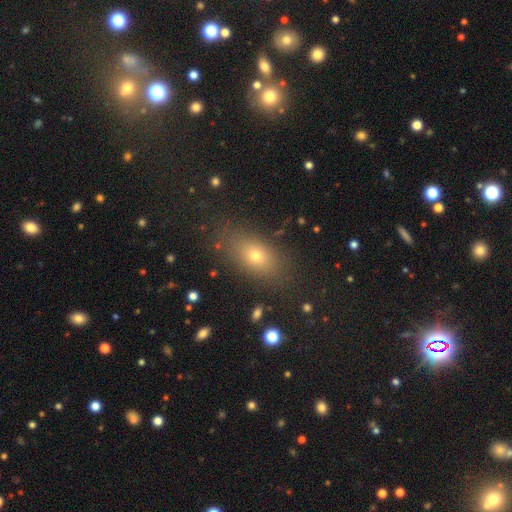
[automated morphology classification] Overall: smooth (71%). How rounded: in between (78%). Merging: none (82%).